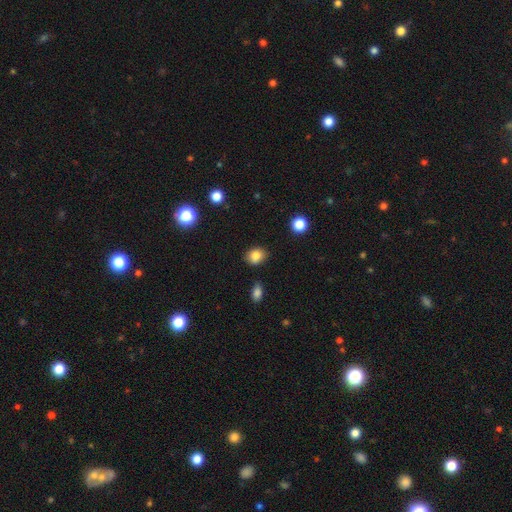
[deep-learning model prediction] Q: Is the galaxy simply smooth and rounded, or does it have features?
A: smooth — 83%.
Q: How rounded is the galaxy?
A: round — 51%.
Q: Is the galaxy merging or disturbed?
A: none — 83%.